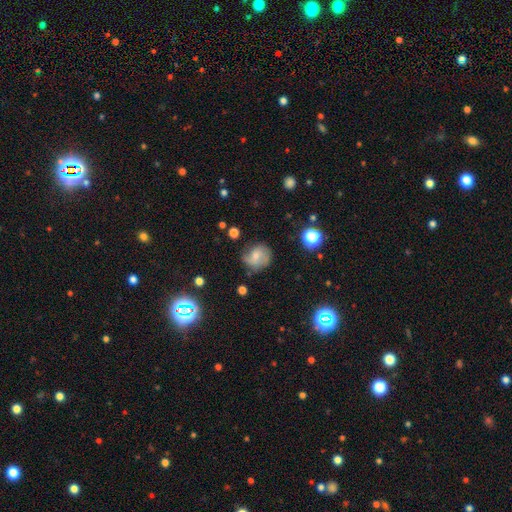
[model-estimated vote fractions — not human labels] Smooth or featured? smooth (45%)
Merging? none (59%)